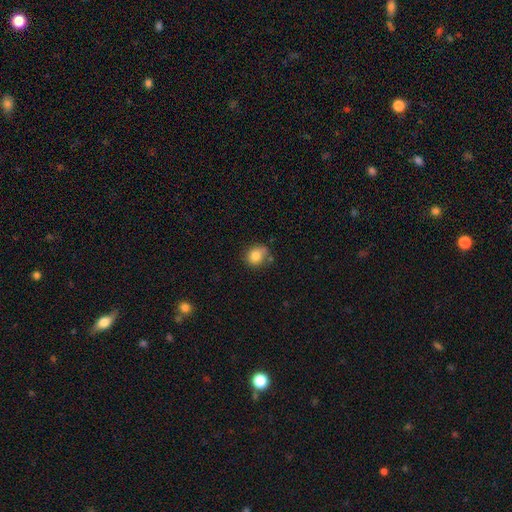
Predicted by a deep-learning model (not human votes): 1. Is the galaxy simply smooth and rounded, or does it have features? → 82% smooth, 10% star or artifact, 8% featured or disk.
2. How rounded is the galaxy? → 67% round, 32% in between, 1% cigar-shaped.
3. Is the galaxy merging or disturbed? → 66% none, 23% minor disturbance, 7% merger, 5% major disturbance.